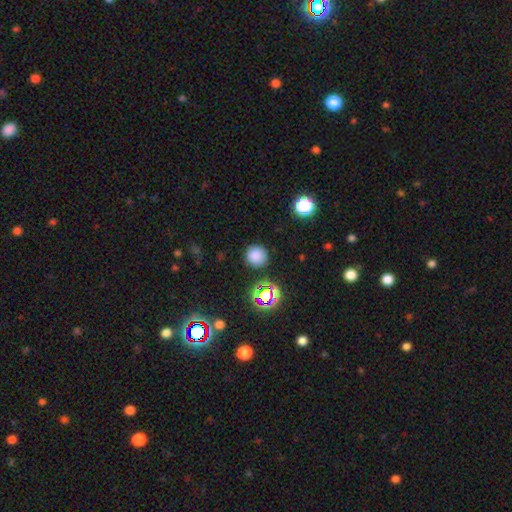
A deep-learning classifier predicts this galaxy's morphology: A smooth galaxy with no disk features (78%) that is round (94%).

Vote fractions:
- Smooth or featured? smooth: 78% / star or artifact: 17% / featured or disk: 5%
- How rounded? round: 94% / in between: 5% / cigar-shaped: 1%
- Merging? none: 88% / minor disturbance: 8% / major disturbance: 3% / merger: 2%